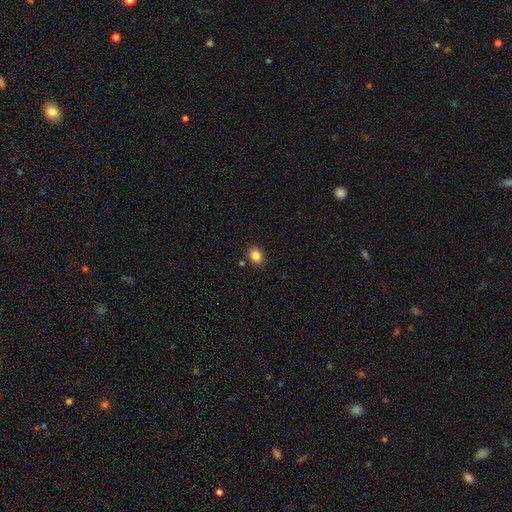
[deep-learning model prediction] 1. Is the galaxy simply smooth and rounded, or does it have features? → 84% smooth, 11% star or artifact, 5% featured or disk.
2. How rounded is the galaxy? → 50% round, 49% in between, 1% cigar-shaped.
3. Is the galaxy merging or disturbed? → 86% none, 8% minor disturbance, 3% merger, 2% major disturbance.